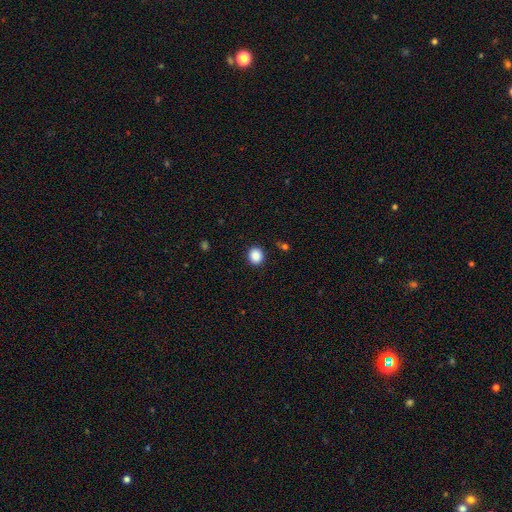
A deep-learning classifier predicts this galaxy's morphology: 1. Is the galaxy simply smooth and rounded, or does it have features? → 88% smooth, 9% star or artifact, 3% featured or disk.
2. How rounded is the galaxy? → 80% round, 19% in between, 1% cigar-shaped.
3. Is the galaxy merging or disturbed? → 90% none, 6% minor disturbance, 2% major disturbance, 1% merger.